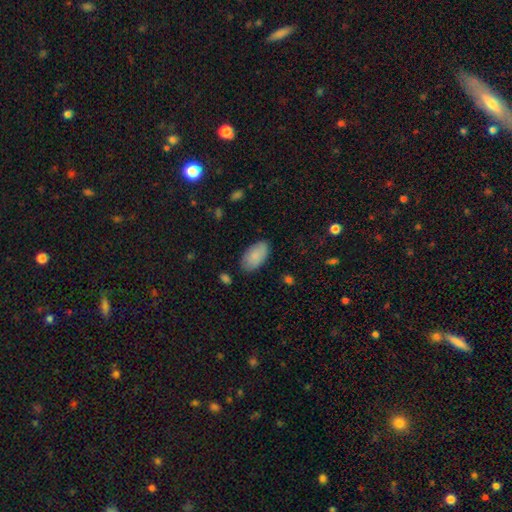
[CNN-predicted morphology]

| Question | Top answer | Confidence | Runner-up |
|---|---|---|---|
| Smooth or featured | smooth | 87% | featured or disk (7%) |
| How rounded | in between | 95% | round (3%) |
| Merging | none | 83% | minor disturbance (13%) |